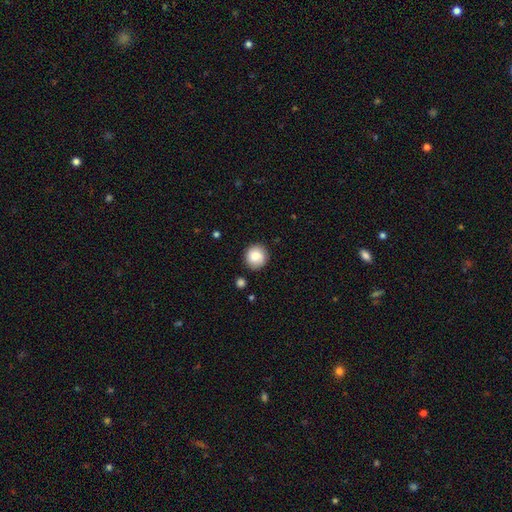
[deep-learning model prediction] smooth_or_featured: smooth (p=0.81) [alt: featured or disk p=0.10]
how_rounded: round (p=0.91) [alt: in between p=0.08]
merging: none (p=0.86) [alt: minor disturbance p=0.10]